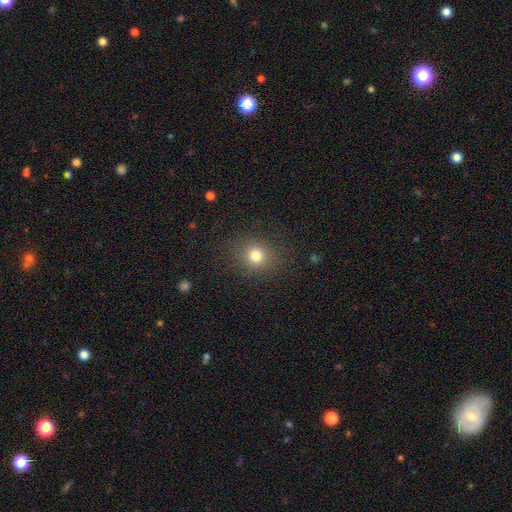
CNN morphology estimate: A smooth galaxy with no disk features (78%) that is round (81%).

Vote fractions:
- Smooth or featured? smooth: 78% / star or artifact: 15% / featured or disk: 7%
- How rounded? round: 81% / in between: 17% / cigar-shaped: 1%
- Merging? none: 86% / minor disturbance: 9% / major disturbance: 4% / merger: 1%